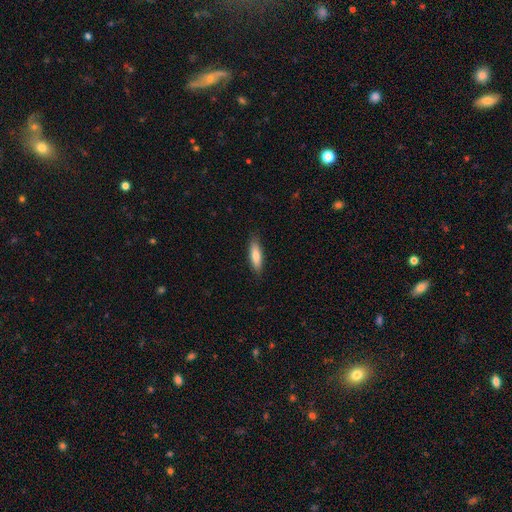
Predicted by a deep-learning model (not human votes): Smooth or featured: smooth — 76% (featured or disk — 19%)
How rounded: cigar-shaped — 59% (in between — 39%)
Merging: none — 87% (minor disturbance — 10%)